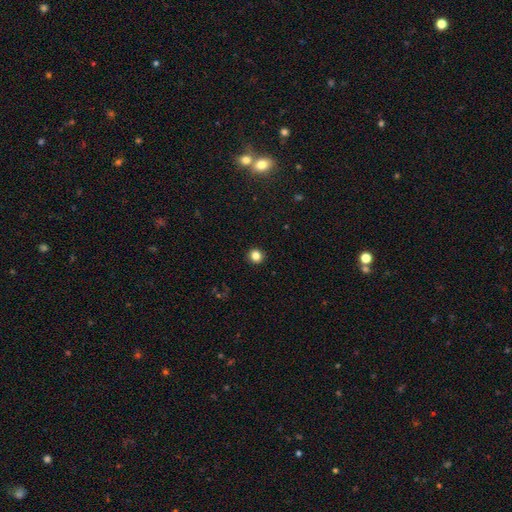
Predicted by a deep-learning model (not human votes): Smooth or featured?
  - smooth: 84% *
  - star or artifact: 12%
  - featured or disk: 5%
How rounded?
  - round: 91% *
  - in between: 8%
  - cigar-shaped: 1%
Merging?
  - none: 93% *
  - minor disturbance: 5%
  - major disturbance: 2%
  - merger: 1%